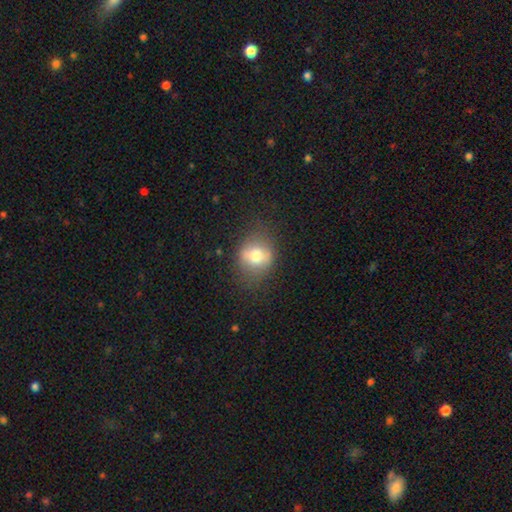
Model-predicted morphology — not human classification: Smooth or featured? smooth (67%)
How rounded? round (61%)
Merging? none (73%)